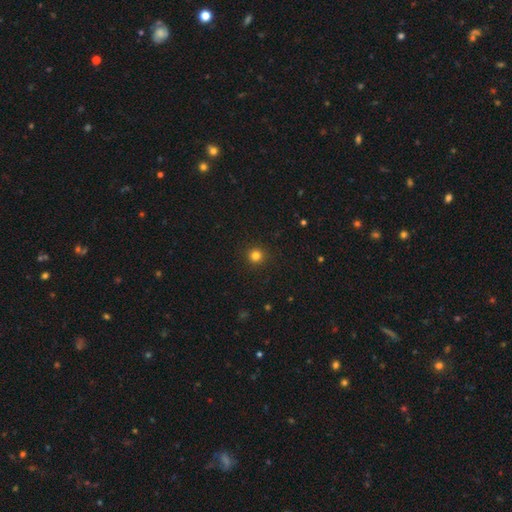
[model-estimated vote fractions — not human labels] Morphology: type=smooth (81%); roundness=round (95%); merging=none (92%).